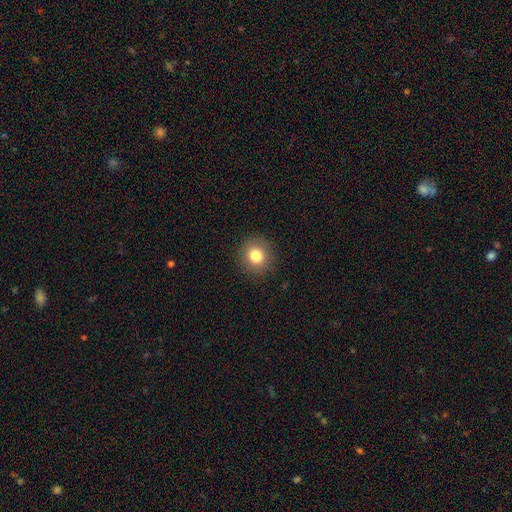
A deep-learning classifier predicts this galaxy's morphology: smooth_or_featured: smooth (p=0.81) [alt: star or artifact p=0.11]
how_rounded: round (p=0.91) [alt: in between p=0.09]
merging: none (p=0.90) [alt: minor disturbance p=0.06]